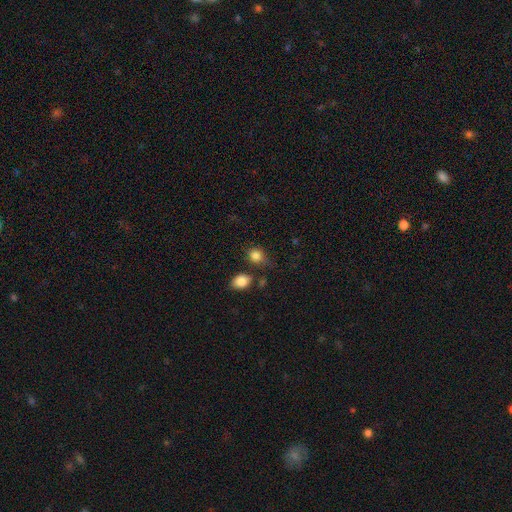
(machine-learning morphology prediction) smooth_or_featured: smooth (p=0.84) [alt: star or artifact p=0.11]
how_rounded: round (p=0.69) [alt: in between p=0.30]
merging: none (p=0.65) [alt: minor disturbance p=0.18]